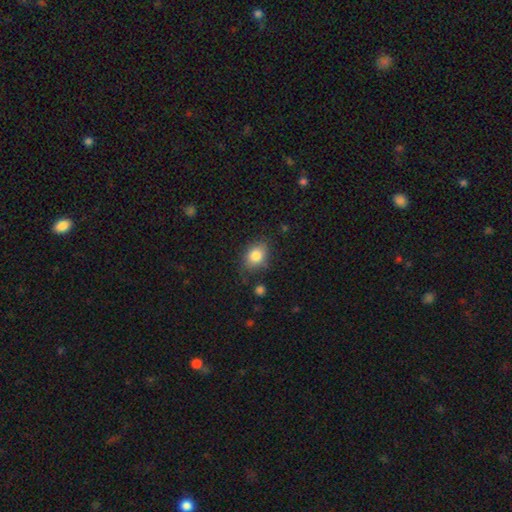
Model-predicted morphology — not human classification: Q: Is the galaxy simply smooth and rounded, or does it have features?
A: smooth — 82%.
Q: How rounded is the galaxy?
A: in between — 66%.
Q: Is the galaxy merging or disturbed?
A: none — 75%.